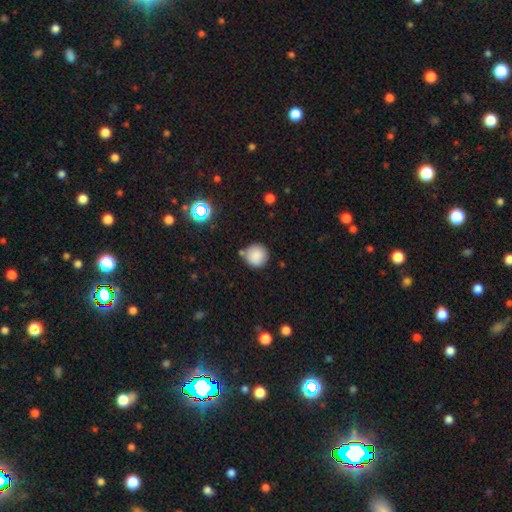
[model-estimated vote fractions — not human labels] smooth_or_featured: smooth (p=0.85) [alt: star or artifact p=0.10]
how_rounded: round (p=0.94) [alt: in between p=0.05]
merging: none (p=0.79) [alt: minor disturbance p=0.12]